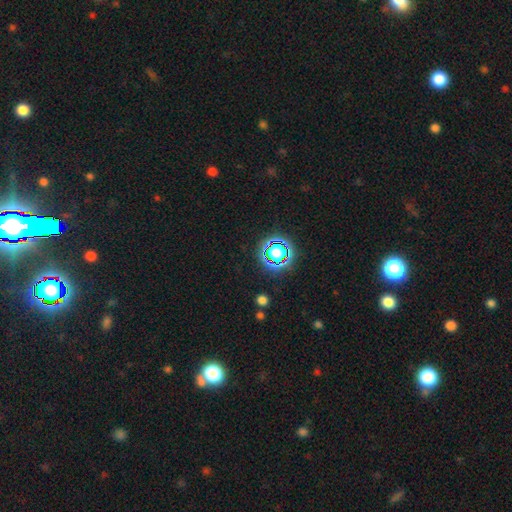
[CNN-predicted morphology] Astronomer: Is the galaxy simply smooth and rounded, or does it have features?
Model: star or artifact — 79%.